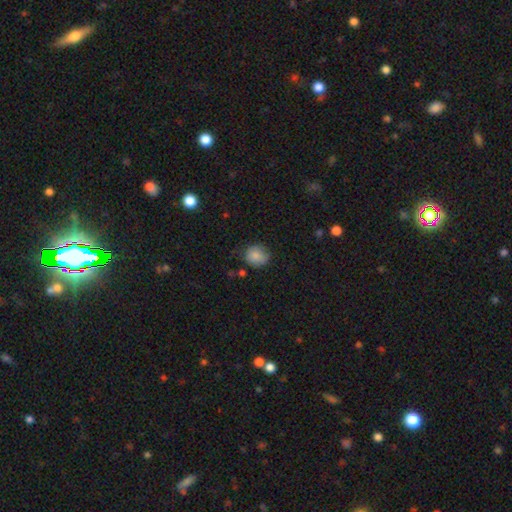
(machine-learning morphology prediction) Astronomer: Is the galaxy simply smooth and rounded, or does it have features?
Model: smooth — 84%.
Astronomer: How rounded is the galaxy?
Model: round — 84%.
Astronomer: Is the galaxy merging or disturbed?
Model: none — 76%.